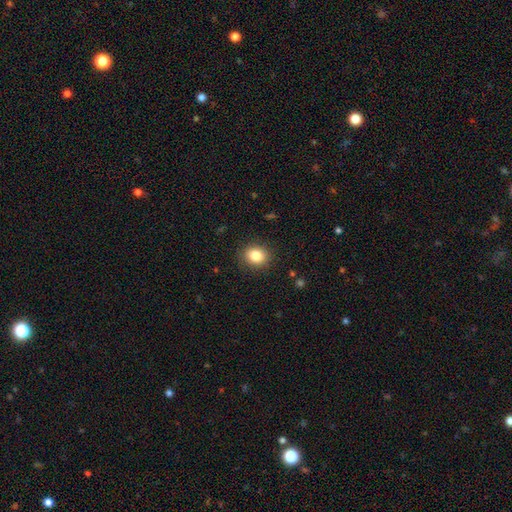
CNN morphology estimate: Smooth or featured: smooth — 85% (star or artifact — 9%)
How rounded: round — 60% (in between — 39%)
Merging: none — 89% (minor disturbance — 8%)